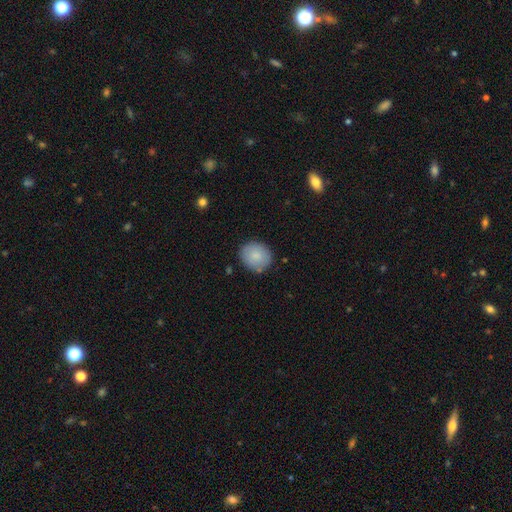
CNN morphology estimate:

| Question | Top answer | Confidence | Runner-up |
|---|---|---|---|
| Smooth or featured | smooth | 85% | featured or disk (8%) |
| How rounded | round | 76% | in between (23%) |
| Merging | none | 83% | minor disturbance (11%) |